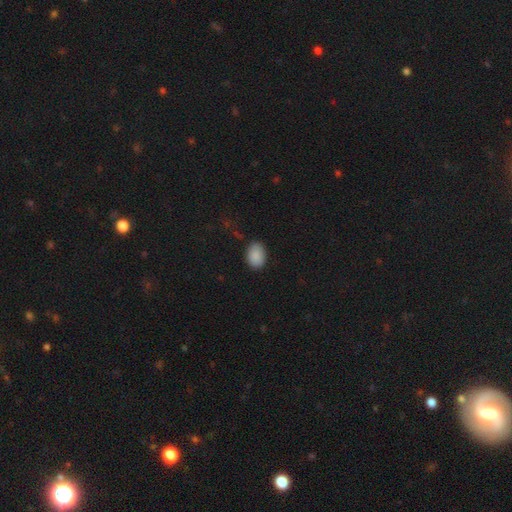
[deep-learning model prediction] Smooth or featured? smooth (90%)
How rounded? in between (81%)
Merging? none (83%)